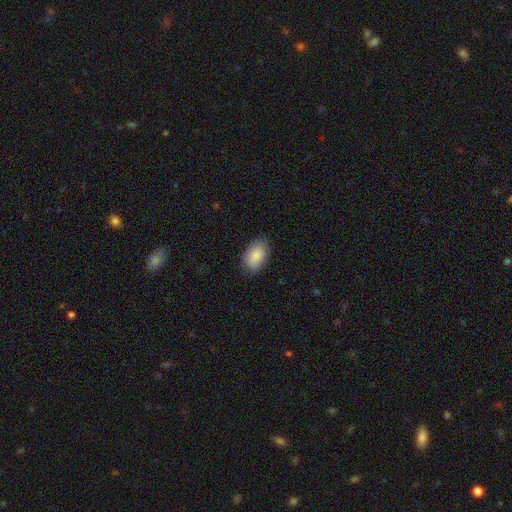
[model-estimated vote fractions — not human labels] Overall: smooth (86%). How rounded: in between (91%). Merging: none (82%).